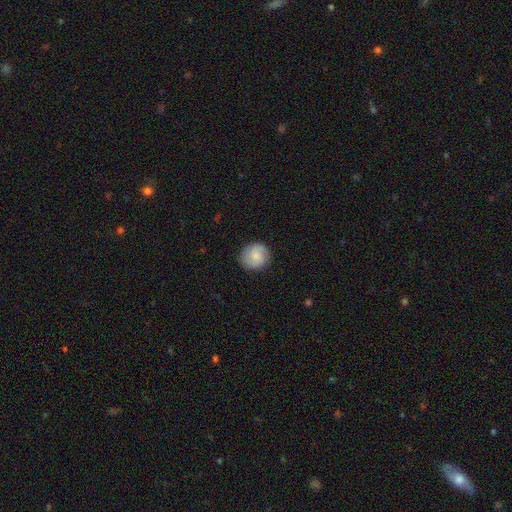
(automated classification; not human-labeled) Q: Smooth or featured?
A: smooth (60%); runner-up: featured or disk (32%)
Q: How rounded?
A: round (86%); runner-up: in between (13%)
Q: Merging?
A: none (84%); runner-up: minor disturbance (12%)